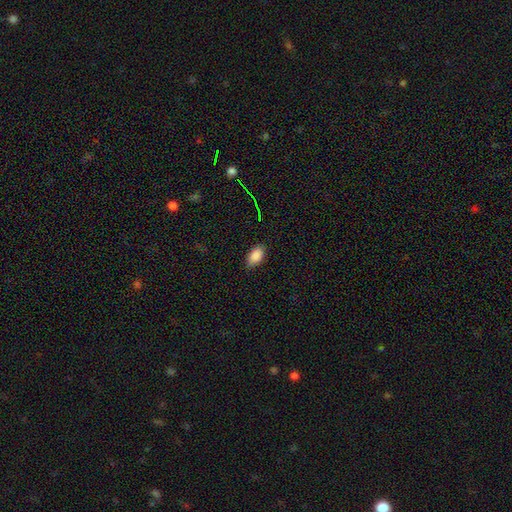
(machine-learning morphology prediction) smooth-or-featured: smooth: 87% | star or artifact: 9% | featured or disk: 4%
  how-rounded: in between: 93% | round: 5% | cigar-shaped: 3%
  merging: none: 84% | minor disturbance: 13% | major disturbance: 2% | merger: 1%